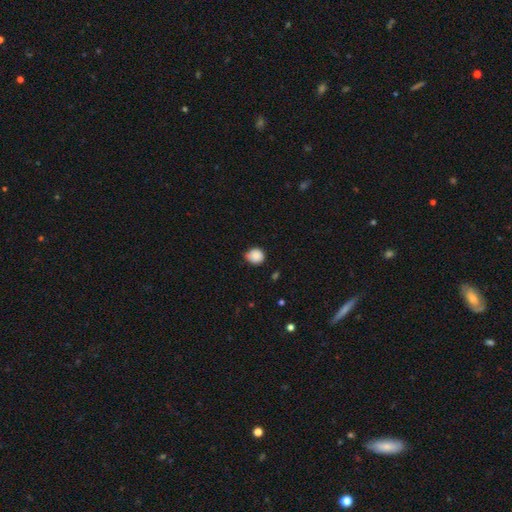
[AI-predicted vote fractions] A smooth galaxy with no disk features (87%) that is round (77%).

Vote fractions:
- Smooth or featured? smooth: 87% / star or artifact: 9% / featured or disk: 4%
- How rounded? round: 77% / in between: 22% / cigar-shaped: 1%
- Merging? none: 70% / minor disturbance: 25% / major disturbance: 3% / merger: 2%